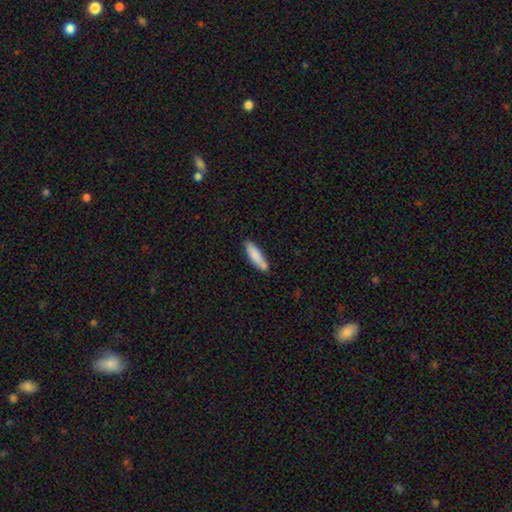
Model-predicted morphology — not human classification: Smooth or featured?
  - smooth: 84% *
  - featured or disk: 10%
  - star or artifact: 6%
How rounded?
  - cigar-shaped: 63% *
  - in between: 36%
  - round: 1%
Merging?
  - none: 73% *
  - minor disturbance: 16%
  - merger: 8%
  - major disturbance: 3%